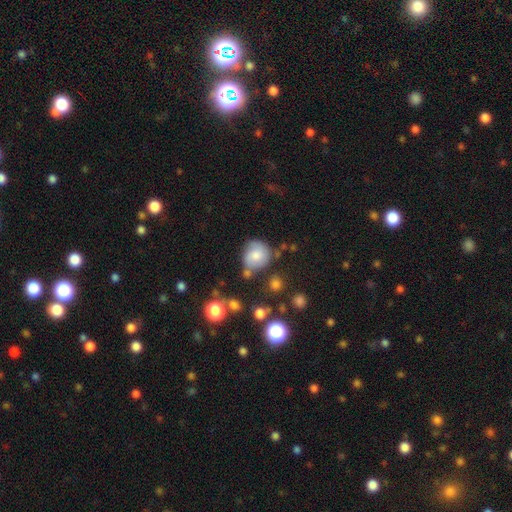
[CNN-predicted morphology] Smooth or featured: smooth — 63% (featured or disk — 26%)
How rounded: round — 79% (in between — 20%)
Merging: none — 58% (minor disturbance — 25%)